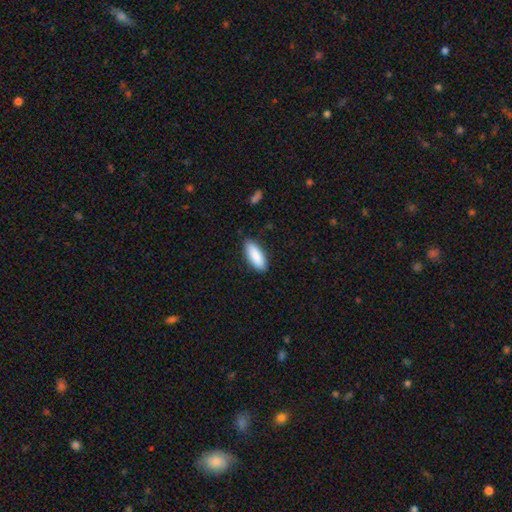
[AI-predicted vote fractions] Smooth or featured: smooth — 89% (star or artifact — 6%)
How rounded: in between — 78% (cigar-shaped — 21%)
Merging: none — 86% (minor disturbance — 11%)